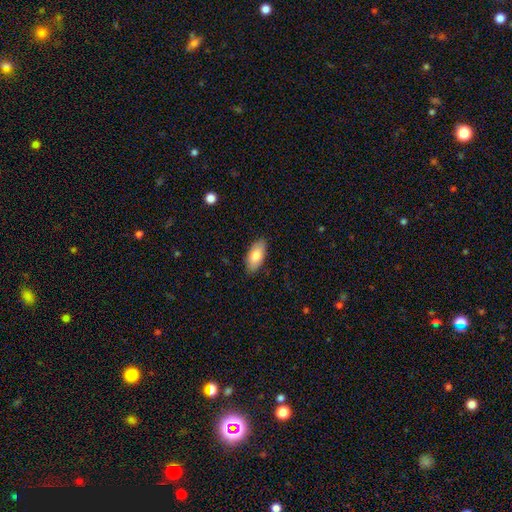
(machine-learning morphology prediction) smooth_or_featured: smooth (p=0.80) [alt: featured or disk p=0.13]
how_rounded: in between (p=0.92) [alt: cigar-shaped p=0.06]
merging: none (p=0.87) [alt: minor disturbance p=0.10]